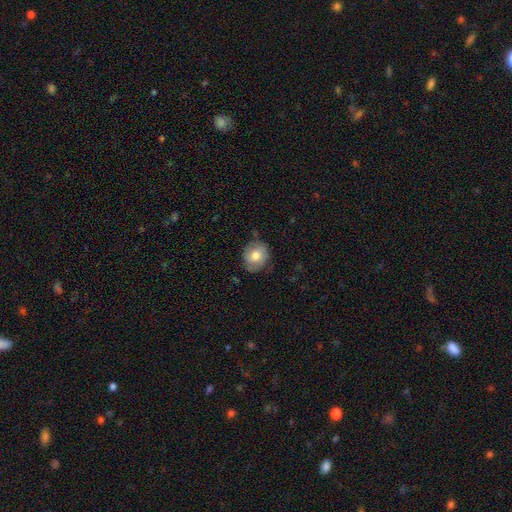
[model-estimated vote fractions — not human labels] smooth 65%, featured or disk 28%, star or artifact 8%. Down the decision tree: how rounded — round (69%); merging — none (72%).